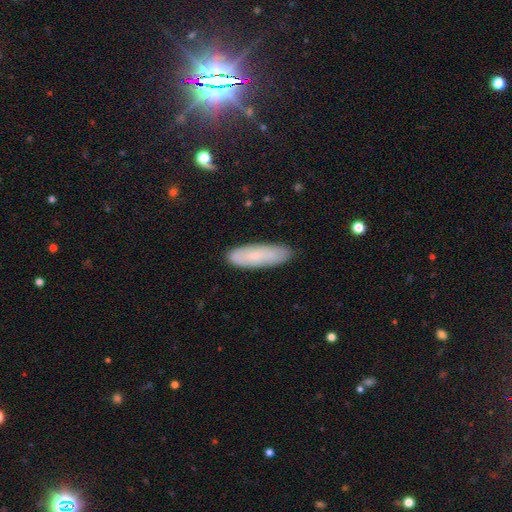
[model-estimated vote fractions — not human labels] Smooth or featured? smooth (66%)
How rounded? cigar-shaped (54%)
Merging? none (84%)